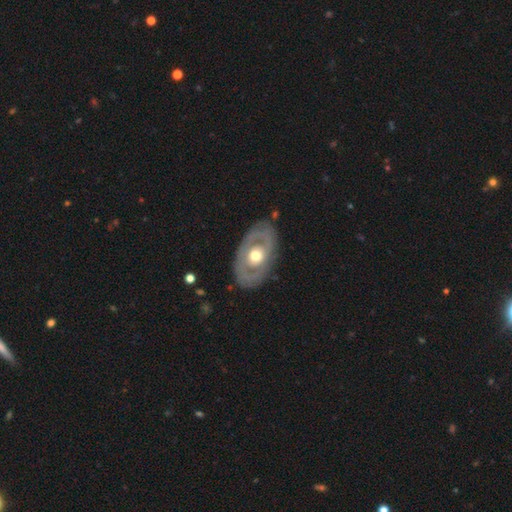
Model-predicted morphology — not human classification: Smooth or featured: featured or disk — 71% (smooth — 25%)
Edge-on disk: no — 92% (yes — 8%)
Bar: no — 83% (weak — 13%)
Spiral arms: no — 62% (yes — 38%)
Bulge size: moderate — 73% (large — 16%)
Merging: none — 82% (minor disturbance — 12%)